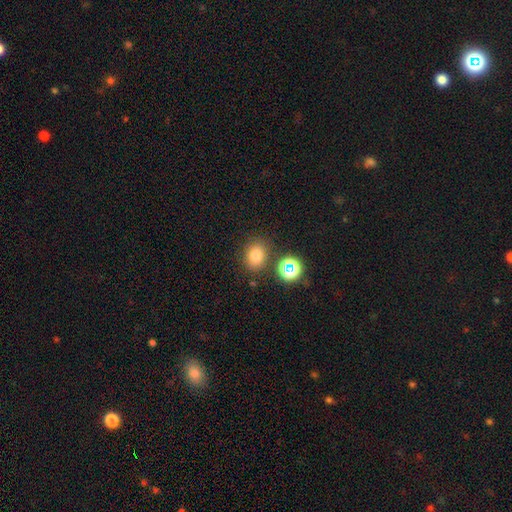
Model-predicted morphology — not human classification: type=smooth (75%); roundness=round (55%); merging=none (80%).